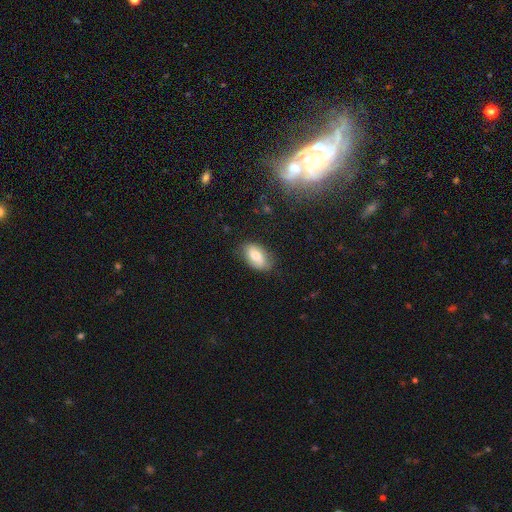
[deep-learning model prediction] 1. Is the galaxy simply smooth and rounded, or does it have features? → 70% smooth, 23% featured or disk, 7% star or artifact.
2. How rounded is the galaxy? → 92% in between, 6% round, 2% cigar-shaped.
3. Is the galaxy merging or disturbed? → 73% none, 21% minor disturbance, 5% major disturbance, 1% merger.